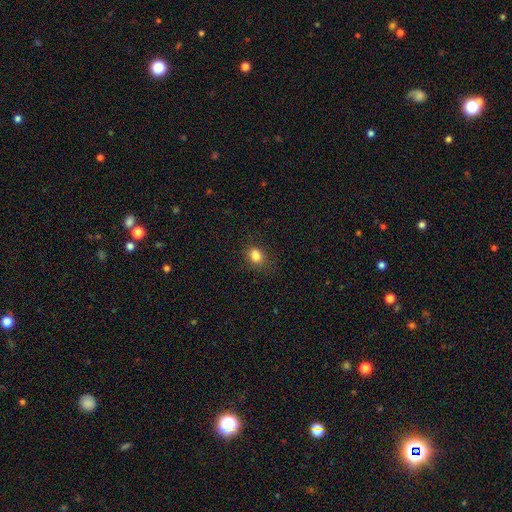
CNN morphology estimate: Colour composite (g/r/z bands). It shows a smooth galaxy with no disk features (83%) that is in between round and cigar-shaped (54%). Merging: none (79%).